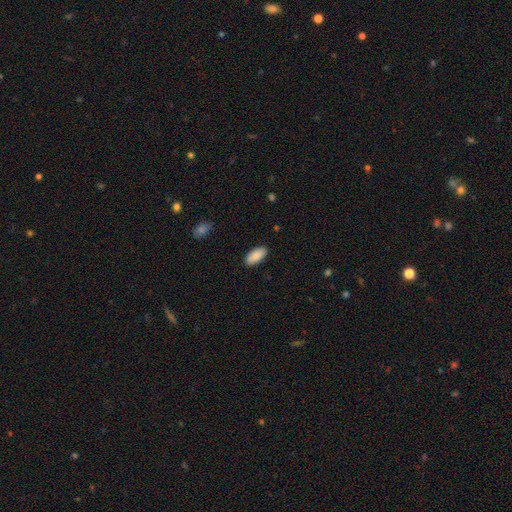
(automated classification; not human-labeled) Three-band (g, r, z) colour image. It shows a smooth galaxy with no disk features (89%) that is in between round and cigar-shaped (93%). Merging: none (89%).